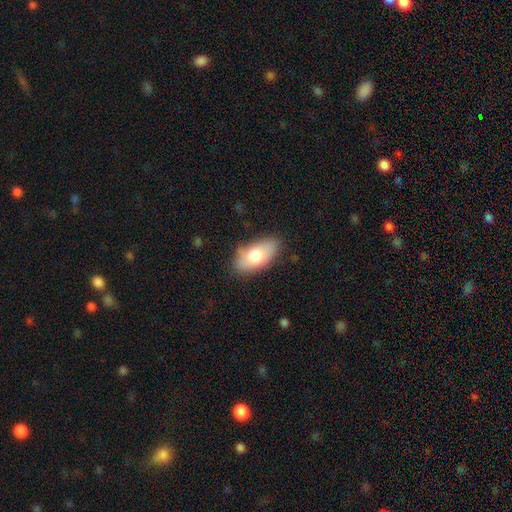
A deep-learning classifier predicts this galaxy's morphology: Smooth or featured? smooth (74%)
How rounded? in between (91%)
Merging? none (75%)